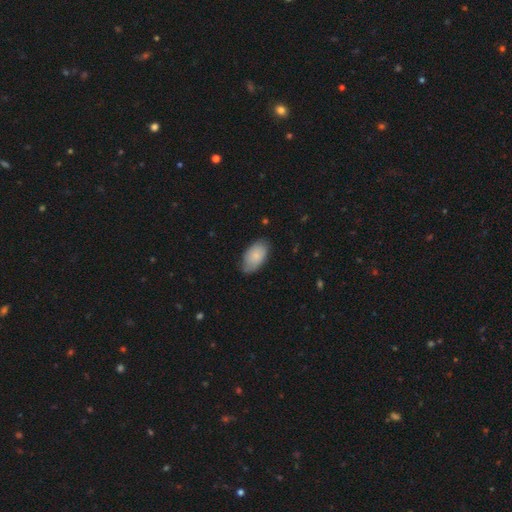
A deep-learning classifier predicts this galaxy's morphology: Q: Smooth or featured?
A: smooth (81%); runner-up: featured or disk (13%)
Q: How rounded?
A: in between (94%); runner-up: round (4%)
Q: Merging?
A: none (74%); runner-up: minor disturbance (21%)